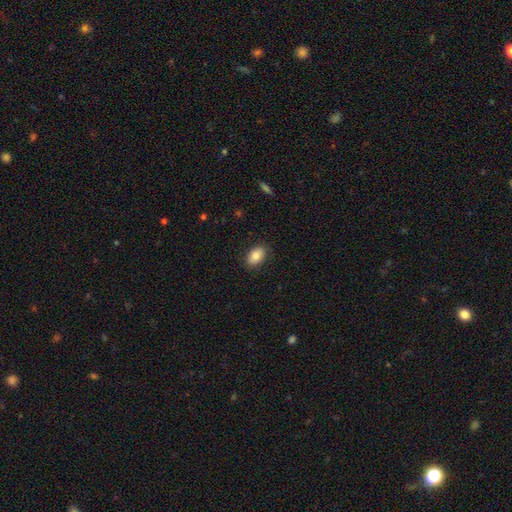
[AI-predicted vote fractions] smooth-or-featured: smooth: 85% | featured or disk: 7% | star or artifact: 7%
  how-rounded: in between: 90% | round: 8% | cigar-shaped: 2%
  merging: none: 86% | minor disturbance: 11% | major disturbance: 3% | merger: 1%